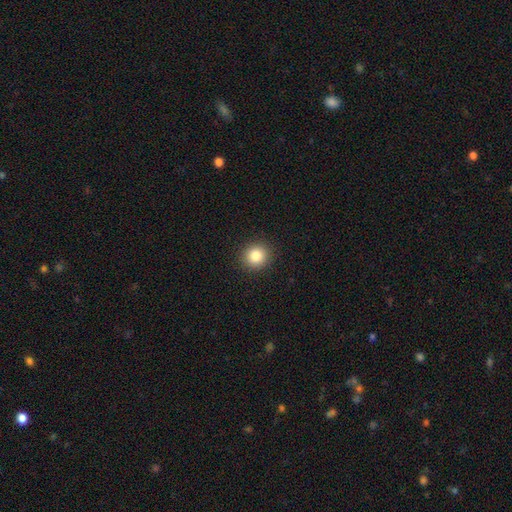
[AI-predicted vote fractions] Smooth or featured? Predicted: smooth (p=0.84). How rounded? Predicted: round (p=0.89). Merging? Predicted: none (p=0.92).